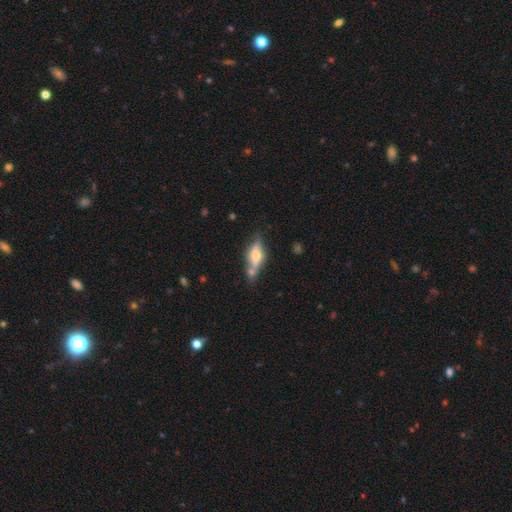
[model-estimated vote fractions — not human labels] featured or disk 55%, smooth 38%, star or artifact 7%. Down the decision tree: edge-on disk — yes (84%); merging — none (57%).